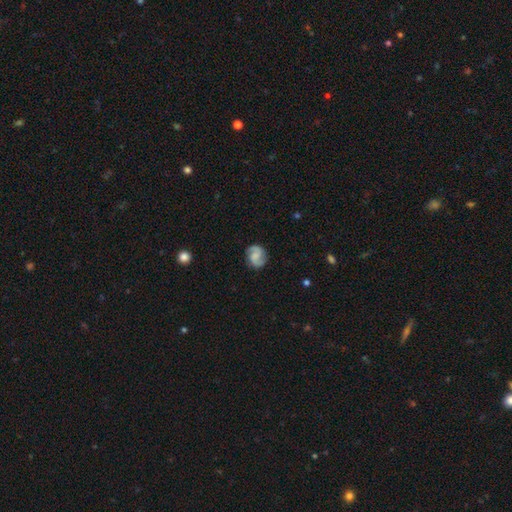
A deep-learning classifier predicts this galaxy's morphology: featured or disk 75%, smooth 18%, star or artifact 6%. Down the decision tree: edge-on disk — no (98%); bar — no (45%, tied with weak); spiral arms — yes (96%); spiral arm count — 2 (92%); spiral winding — medium (51%); bulge size — none (37%); merging — none (84%).